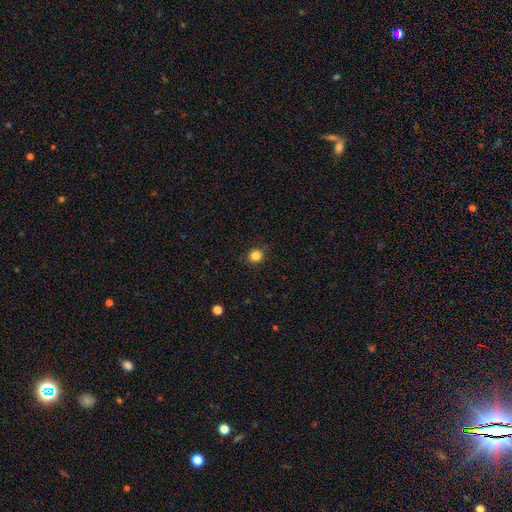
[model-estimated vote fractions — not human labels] Smooth or featured? Predicted: smooth (p=0.85). How rounded? Predicted: round (p=0.84). Merging? Predicted: none (p=0.86).